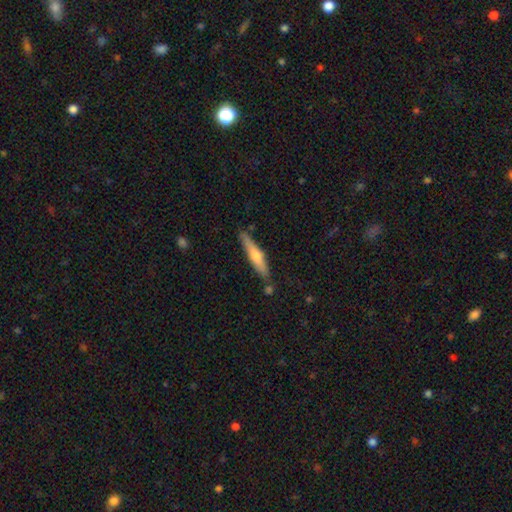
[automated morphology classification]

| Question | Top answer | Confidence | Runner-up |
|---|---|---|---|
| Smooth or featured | smooth | 50% | featured or disk (44%) |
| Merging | none | 80% | minor disturbance (13%) |